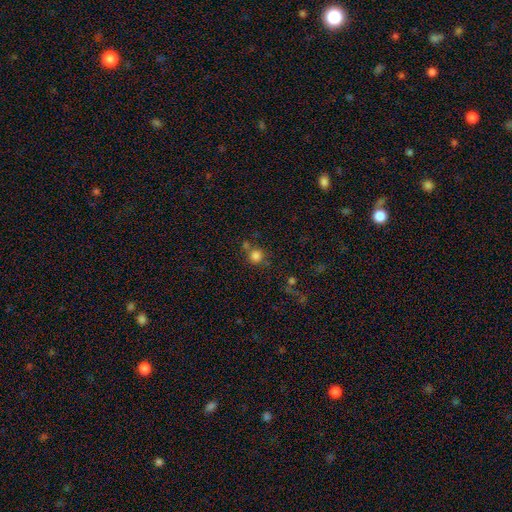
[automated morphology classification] Smooth or featured?
  - smooth: 81% *
  - star or artifact: 13%
  - featured or disk: 6%
How rounded?
  - round: 91% *
  - in between: 8%
  - cigar-shaped: 1%
Merging?
  - none: 66% *
  - merger: 18%
  - minor disturbance: 11%
  - major disturbance: 5%